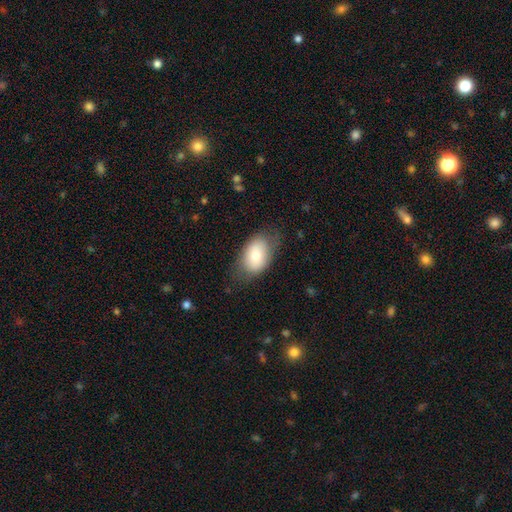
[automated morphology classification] Q: Smooth or featured?
A: smooth (76%); runner-up: featured or disk (17%)
Q: How rounded?
A: in between (88%); runner-up: round (11%)
Q: Merging?
A: none (68%); runner-up: minor disturbance (22%)